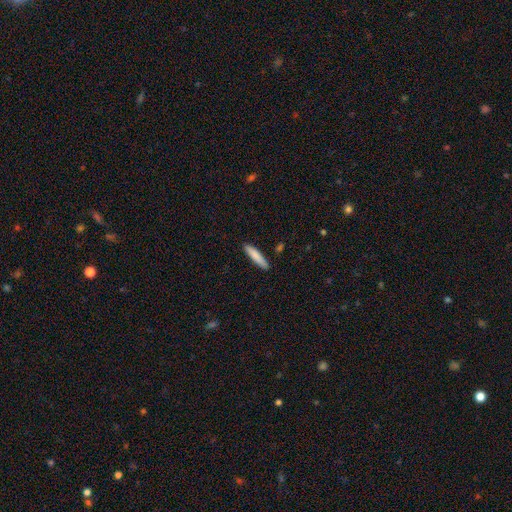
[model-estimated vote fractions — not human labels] Smooth or featured? smooth (83%)
How rounded? cigar-shaped (86%)
Merging? none (88%)